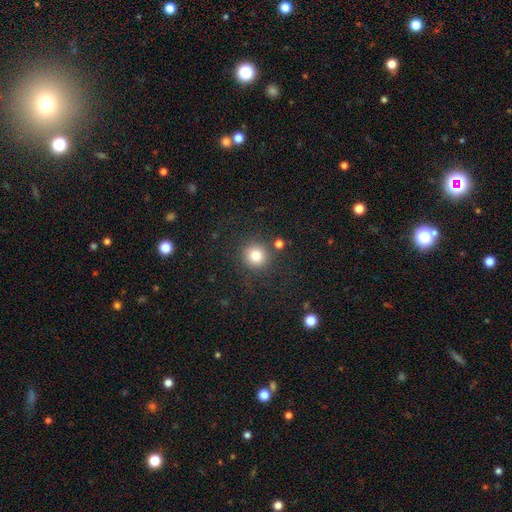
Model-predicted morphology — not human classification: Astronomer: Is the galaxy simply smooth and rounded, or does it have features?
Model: smooth — 80%.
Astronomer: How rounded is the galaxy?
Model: round — 93%.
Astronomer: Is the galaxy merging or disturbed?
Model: none — 83%.